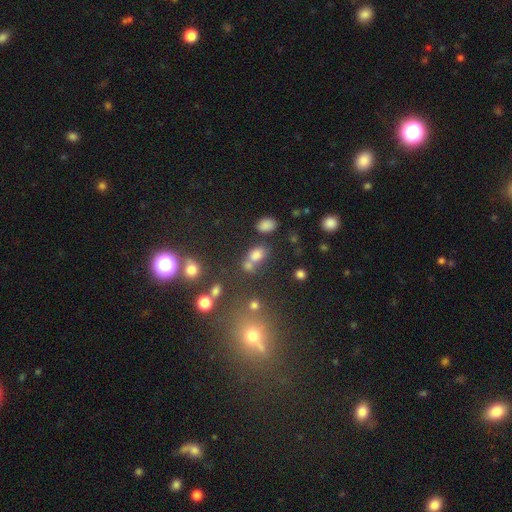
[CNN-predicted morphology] Smooth or featured?
  - smooth: 65% *
  - star or artifact: 23%
  - featured or disk: 12%
How rounded?
  - in between: 61% *
  - round: 36%
  - cigar-shaped: 3%
Merging?
  - none: 54% *
  - merger: 28%
  - minor disturbance: 12%
  - major disturbance: 6%